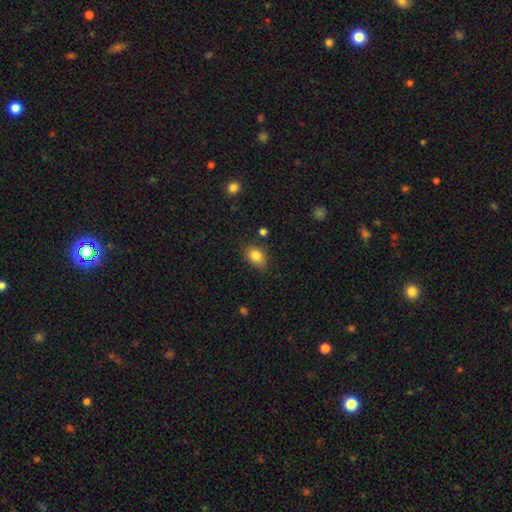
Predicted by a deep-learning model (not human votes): smooth 83%, star or artifact 9%, featured or disk 8%. Down the decision tree: how rounded — in between (76%); merging — none (78%).